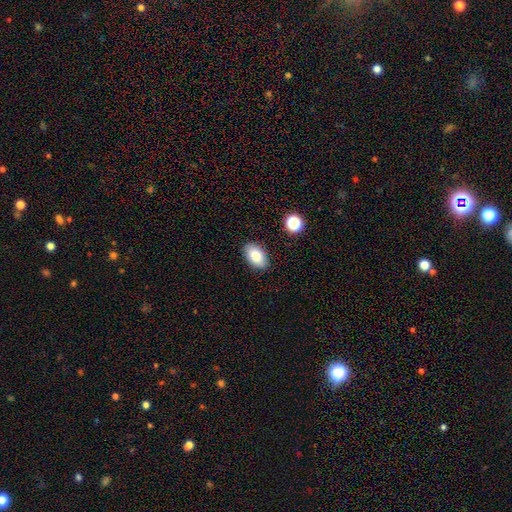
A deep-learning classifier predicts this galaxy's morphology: A smooth galaxy with no disk features (82%) that is in between round and cigar-shaped (90%).

Vote fractions:
- Smooth or featured? smooth: 82% / featured or disk: 9% / star or artifact: 8%
- How rounded? in between: 90% / round: 8% / cigar-shaped: 1%
- Merging? none: 87% / minor disturbance: 9% / major disturbance: 2% / merger: 2%